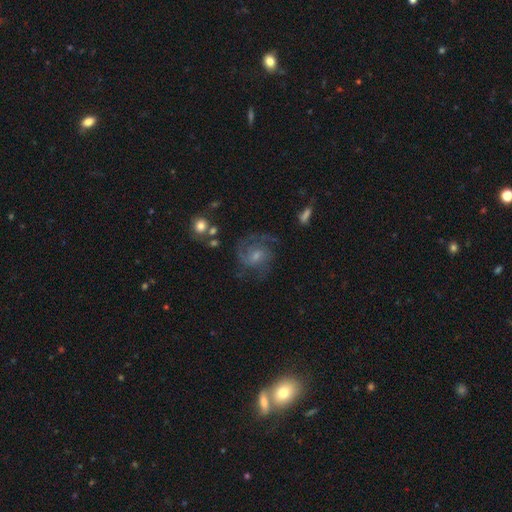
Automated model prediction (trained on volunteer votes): smooth-or-featured: featured or disk: 77% | star or artifact: 12% | smooth: 12%
  disk-edge-on: no: 98% | yes: 2%
    bar: no: 54% | weak: 39% | strong: 7%
    has-spiral-arms: yes: 95% | no: 5%
      spiral-winding: medium: 49% | tight: 37% | loose: 14%
      spiral-arm-count: 2: 45% | 3: 22% | can't tell: 19% | 1: 6% | 4: 5% | more than 4: 4%
    bulge-size: small: 50% | moderate: 38% | none: 7% | large: 4% | dominant: 1%
  merging: none: 70% | minor disturbance: 16% | major disturbance: 11% | merger: 3%